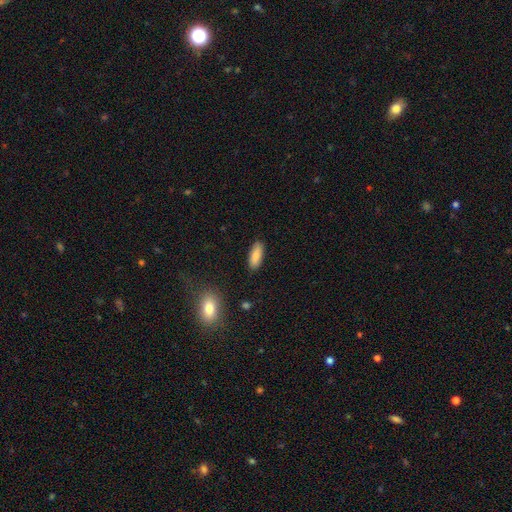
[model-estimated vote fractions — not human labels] Morphology: type=smooth (85%); roundness=in between (73%); merging=none (88%).